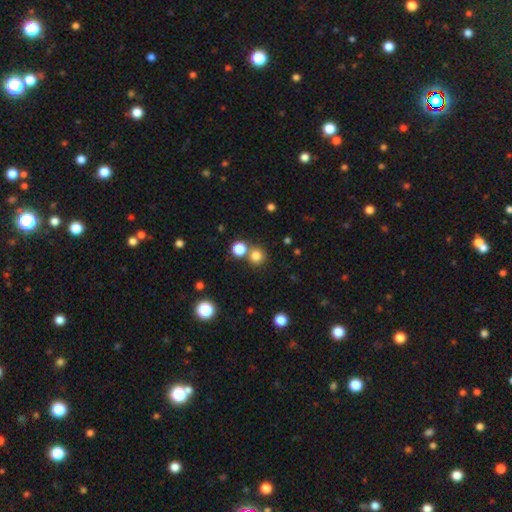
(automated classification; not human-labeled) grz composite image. It shows a smooth galaxy with no disk features (80%) that is round (91%). Merging: none (70%).